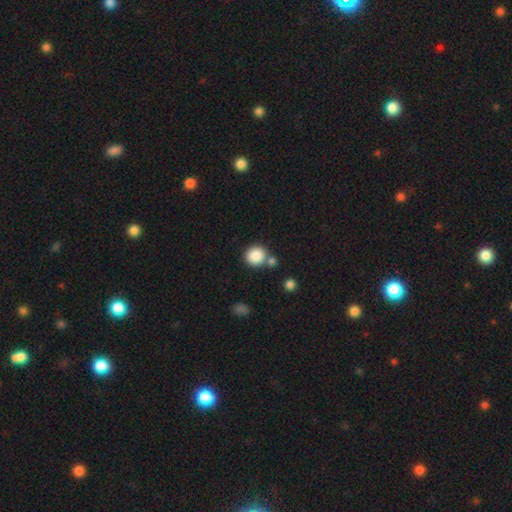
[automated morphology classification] smooth_or_featured: smooth (p=0.86) [alt: star or artifact p=0.09]
how_rounded: round (p=0.88) [alt: in between p=0.11]
merging: none (p=0.68) [alt: merger p=0.19]